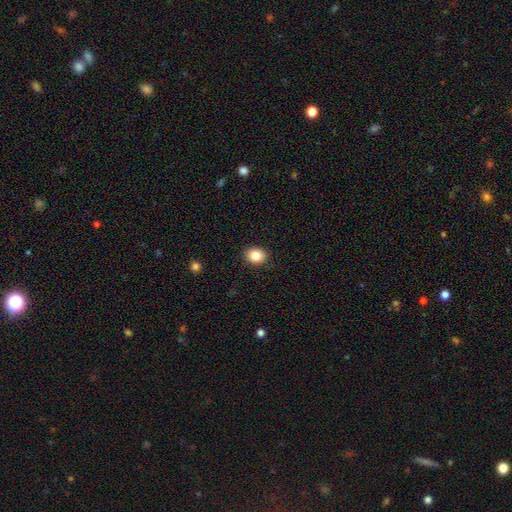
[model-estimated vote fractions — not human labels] Smooth or featured? Predicted: smooth (p=0.84). How rounded? Predicted: round (p=0.51). Merging? Predicted: none (p=0.90).